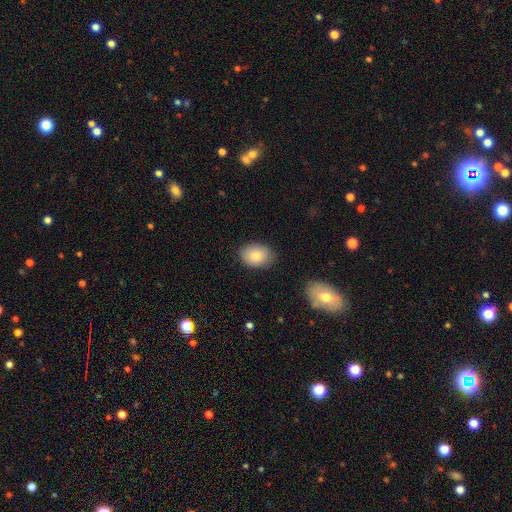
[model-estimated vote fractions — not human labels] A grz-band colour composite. It shows a smooth galaxy with no disk features (83%) that is in between round and cigar-shaped (81%). Merging: none (84%).